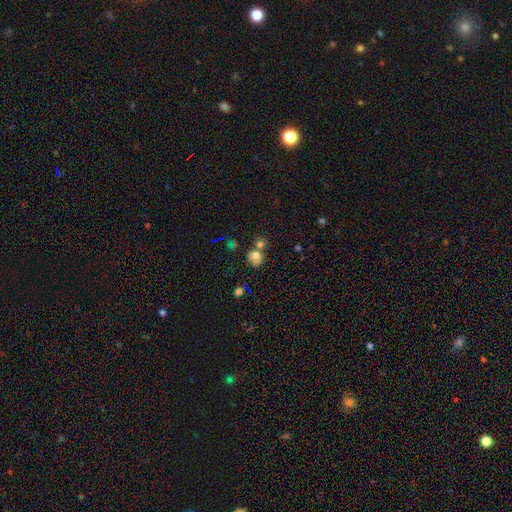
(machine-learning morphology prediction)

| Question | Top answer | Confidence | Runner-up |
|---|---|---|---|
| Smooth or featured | smooth | 73% | star or artifact (14%) |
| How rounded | round | 66% | in between (33%) |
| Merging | none | 52% | merger (31%) |